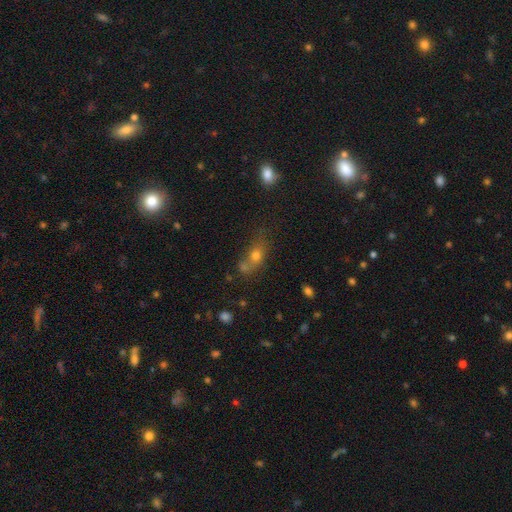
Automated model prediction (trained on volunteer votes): Smooth or featured? Predicted: smooth (p=0.66). How rounded? Predicted: in between (p=0.49). Merging? Predicted: merger (p=0.39).